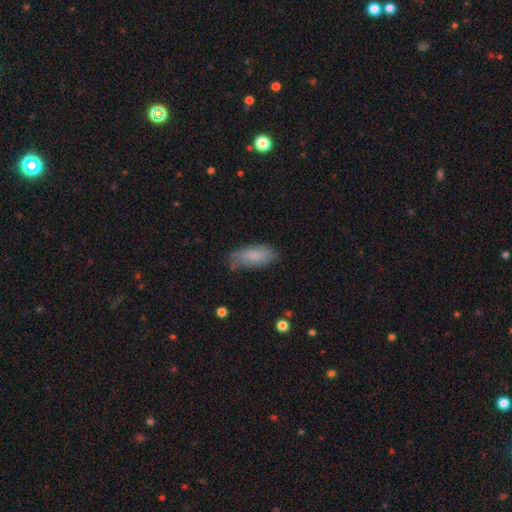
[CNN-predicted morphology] Smooth or featured: smooth — 81% (featured or disk — 12%)
How rounded: in between — 82% (cigar-shaped — 16%)
Merging: none — 65% (minor disturbance — 27%)